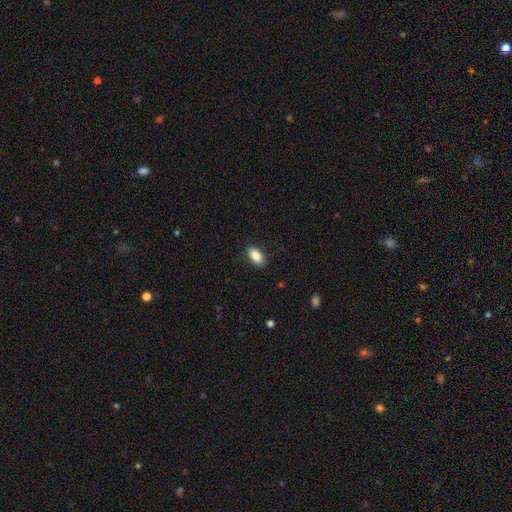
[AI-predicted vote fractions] smooth 87%, star or artifact 7%, featured or disk 5%. Down the decision tree: how rounded — in between (92%); merging — none (88%).